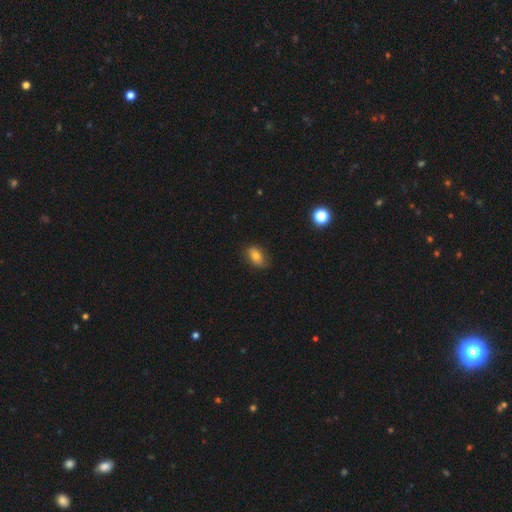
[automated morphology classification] Overall: smooth (73%). How rounded: in between (87%). Merging: none (75%).